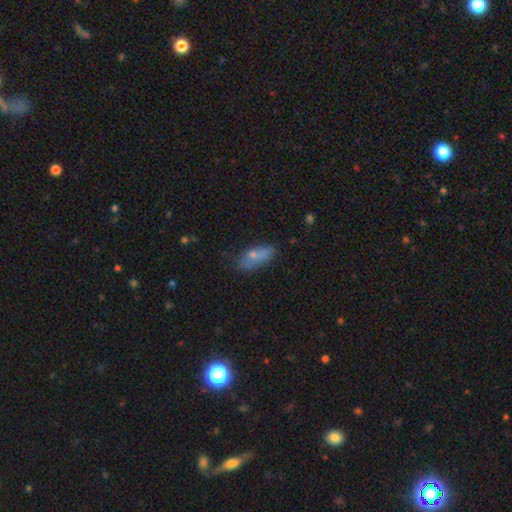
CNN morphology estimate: Smooth or featured? Predicted: smooth (p=0.66). How rounded? Predicted: in between (p=0.74). Merging? Predicted: none (p=0.55).